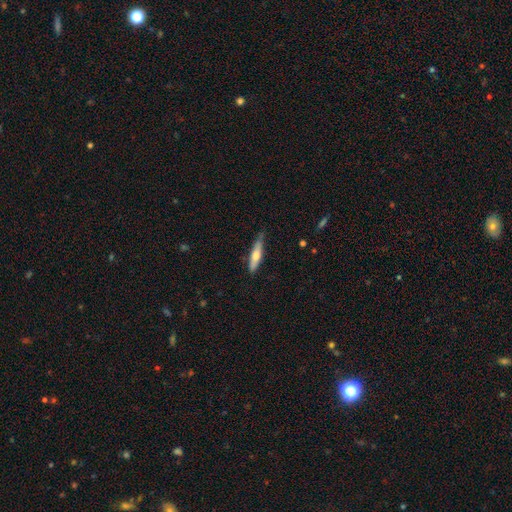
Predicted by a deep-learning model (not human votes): This appears to be a smooth galaxy with no disk features (57%) that is cigar-shaped (80%). Merging: none (70%).